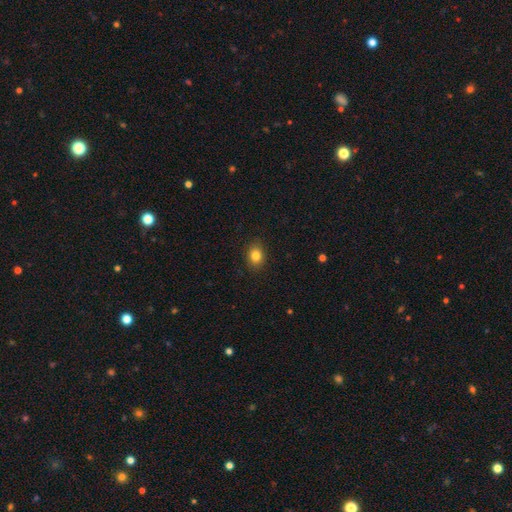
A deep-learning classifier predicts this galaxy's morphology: This appears to be a smooth galaxy with no disk features (83%) that is in between round and cigar-shaped (59%). Merging: none (89%).